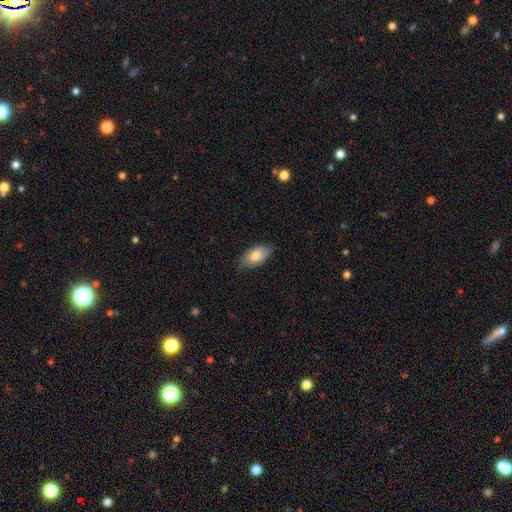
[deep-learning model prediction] Q: Smooth or featured?
A: smooth (76%); runner-up: featured or disk (18%)
Q: How rounded?
A: in between (93%); runner-up: round (4%)
Q: Merging?
A: none (74%); runner-up: minor disturbance (22%)